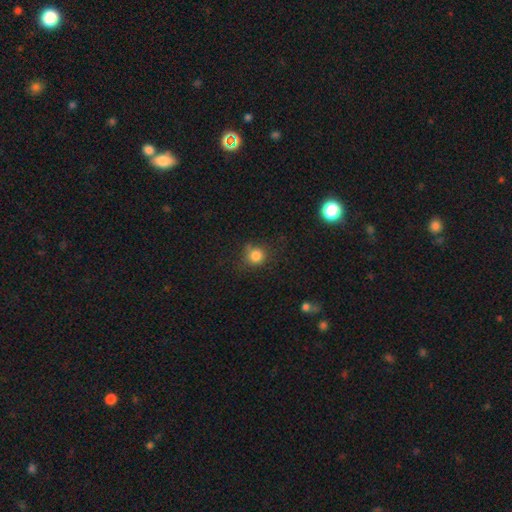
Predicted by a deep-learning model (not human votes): Smooth or featured?
  - smooth: 82% *
  - star or artifact: 13%
  - featured or disk: 5%
How rounded?
  - round: 88% *
  - in between: 11%
  - cigar-shaped: 1%
Merging?
  - none: 71% *
  - minor disturbance: 19%
  - major disturbance: 6%
  - merger: 3%